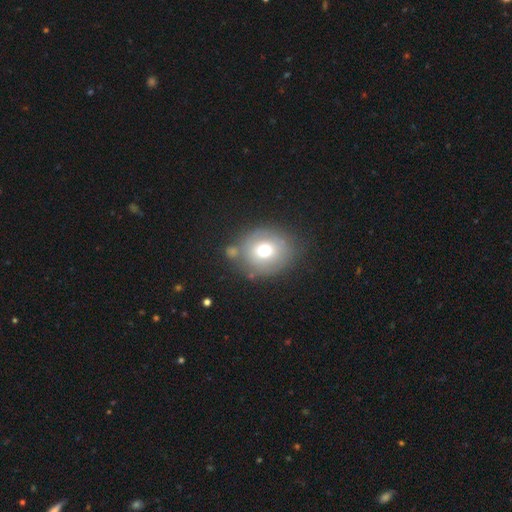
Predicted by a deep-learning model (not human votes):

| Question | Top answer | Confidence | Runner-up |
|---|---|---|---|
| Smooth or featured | smooth | 66% | featured or disk (22%) |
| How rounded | round | 75% | in between (24%) |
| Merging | none | 71% | minor disturbance (14%) |